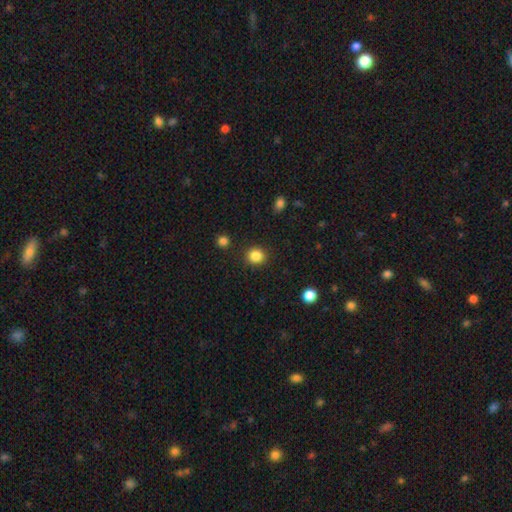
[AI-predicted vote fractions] Morphology: type=smooth (86%); roundness=round (85%); merging=none (90%).